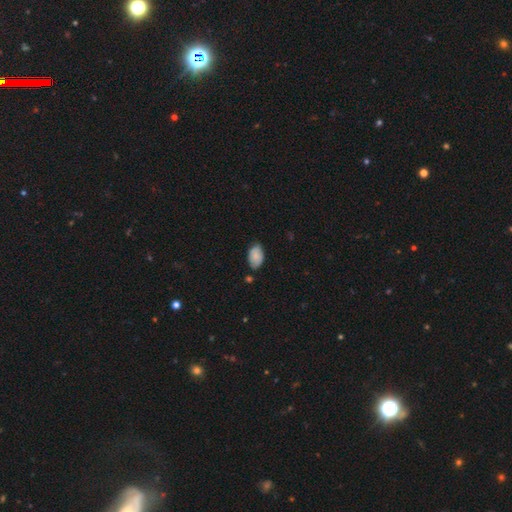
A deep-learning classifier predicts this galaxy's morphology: A smooth galaxy with no disk features (81%) that is in between round and cigar-shaped (93%). Merging: none (76%).